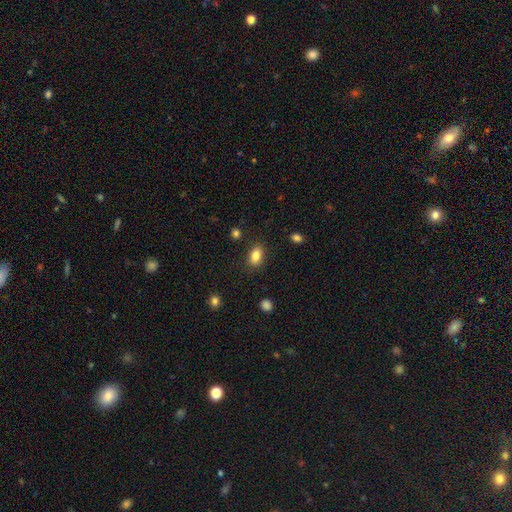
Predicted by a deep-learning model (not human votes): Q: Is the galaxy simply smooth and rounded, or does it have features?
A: smooth — 83%.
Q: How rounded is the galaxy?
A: in between — 84%.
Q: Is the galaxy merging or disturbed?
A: none — 85%.